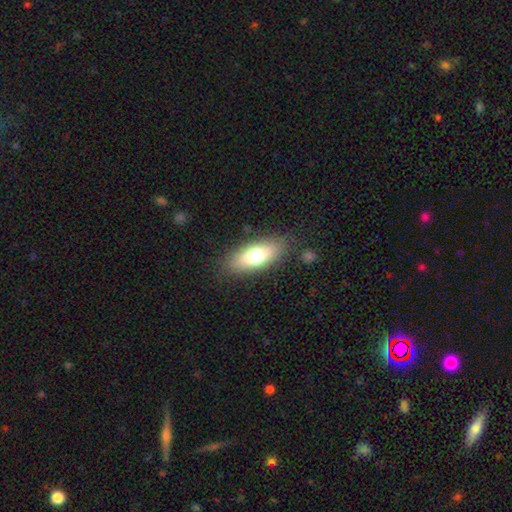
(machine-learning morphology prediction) smooth-or-featured: smooth: 70% | featured or disk: 22% | star or artifact: 8%
  how-rounded: in between: 75% | cigar-shaped: 21% | round: 4%
  merging: none: 84% | minor disturbance: 11% | major disturbance: 3% | merger: 2%